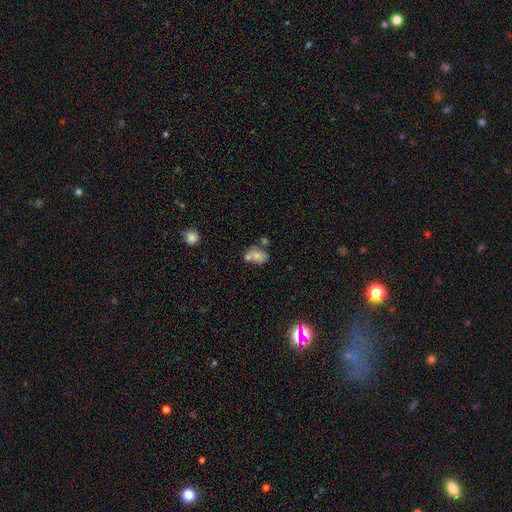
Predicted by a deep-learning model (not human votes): smooth-or-featured: smooth: 63% | featured or disk: 26% | star or artifact: 11%
  how-rounded: in between: 73% | round: 25% | cigar-shaped: 2%
  merging: merger: 39% | none: 36% | minor disturbance: 17% | major disturbance: 8%